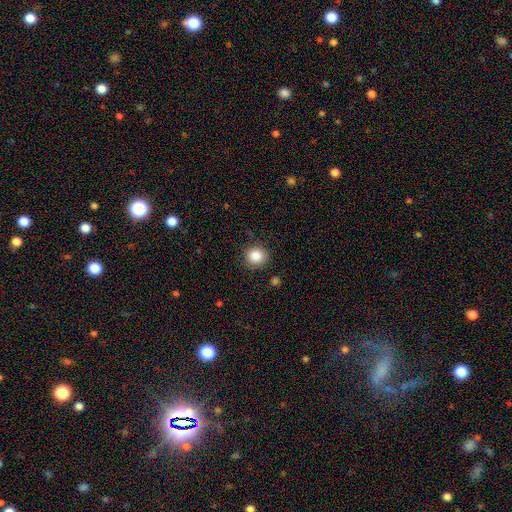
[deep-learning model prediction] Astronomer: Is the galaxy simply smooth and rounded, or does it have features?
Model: smooth — 86%.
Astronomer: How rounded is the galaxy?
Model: round — 90%.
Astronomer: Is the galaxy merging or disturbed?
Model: none — 88%.